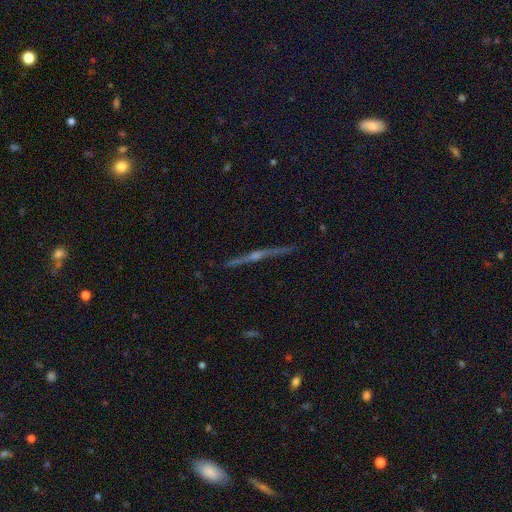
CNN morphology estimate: smooth-or-featured: featured or disk: 84% | smooth: 9% | star or artifact: 7%
  disk-edge-on: yes: 98% | no: 2%
    edge-on-bulge: rounded: 86% | none: 8% | boxy: 6%
  merging: none: 90% | minor disturbance: 7% | major disturbance: 1% | merger: 1%